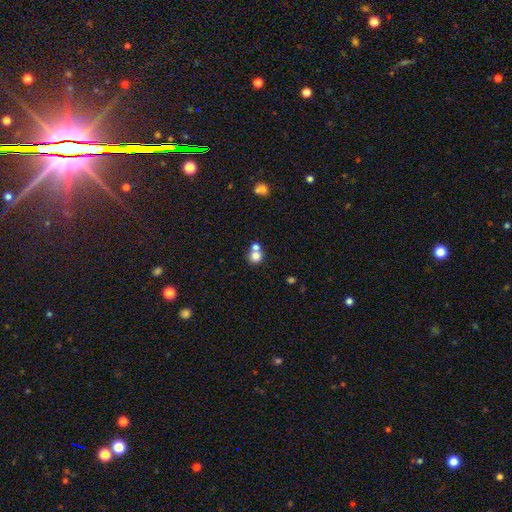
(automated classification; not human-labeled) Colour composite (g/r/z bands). It shows a smooth galaxy with no disk features (79%) that is round (85%). Merging: none (45%, tied with merger).